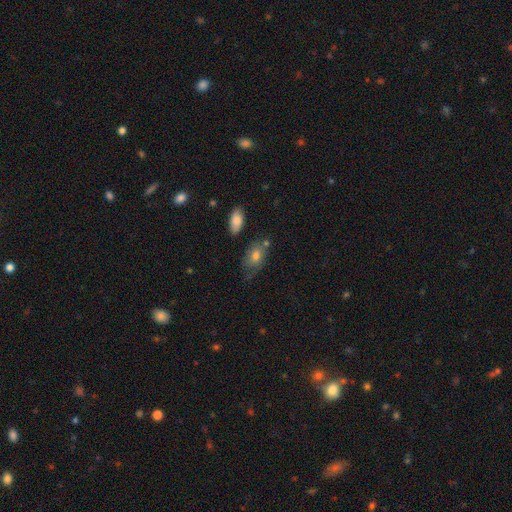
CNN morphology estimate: smooth-or-featured: smooth: 75% | featured or disk: 18% | star or artifact: 8%
  how-rounded: in between: 86% | round: 11% | cigar-shaped: 3%
  merging: none: 46% | minor disturbance: 32% | major disturbance: 13% | merger: 9%